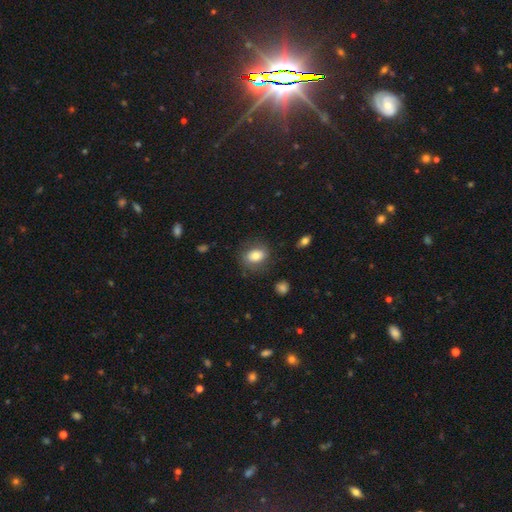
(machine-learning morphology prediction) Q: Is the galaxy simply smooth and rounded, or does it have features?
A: smooth — 74%.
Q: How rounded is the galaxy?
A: in between — 65%.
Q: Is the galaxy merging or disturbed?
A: none — 76%.